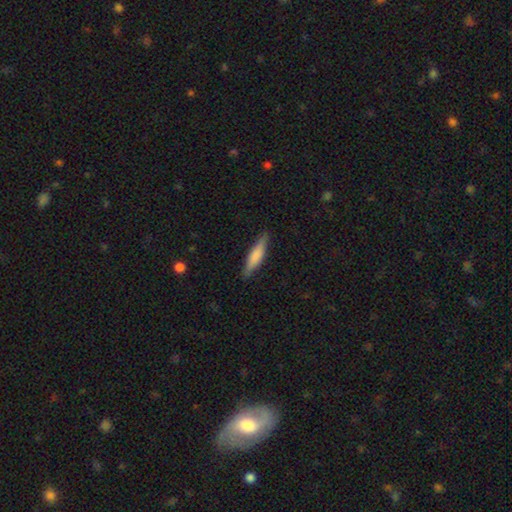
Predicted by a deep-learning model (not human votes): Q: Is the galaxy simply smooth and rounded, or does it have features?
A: smooth — 72%.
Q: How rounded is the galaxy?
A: cigar-shaped — 82%.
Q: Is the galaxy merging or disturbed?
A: none — 86%.